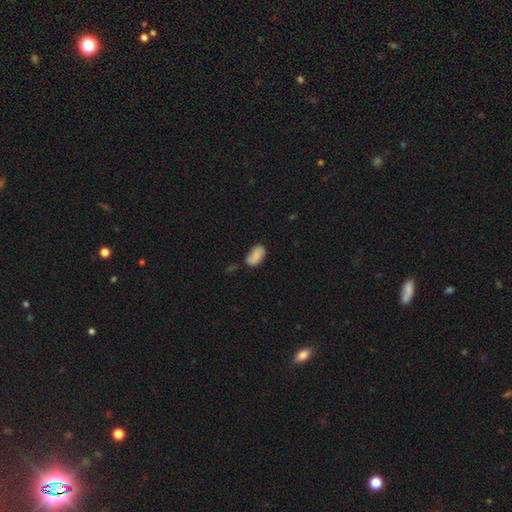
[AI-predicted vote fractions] smooth_or_featured: smooth (p=0.77) [alt: featured or disk p=0.15]
how_rounded: in between (p=0.93) [alt: round p=0.05]
merging: none (p=0.57) [alt: minor disturbance p=0.29]